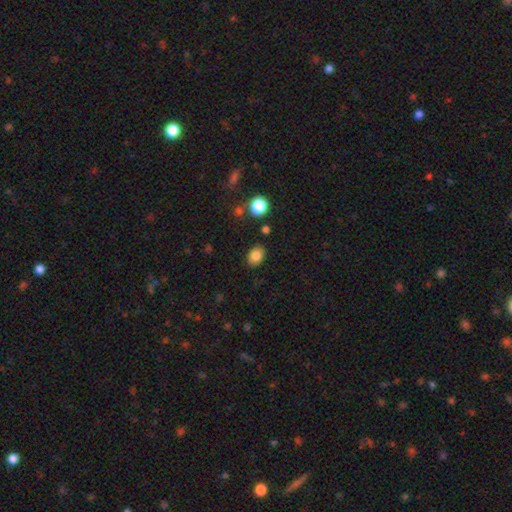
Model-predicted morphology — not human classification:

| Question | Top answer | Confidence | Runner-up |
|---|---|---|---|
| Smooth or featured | smooth | 84% | star or artifact (10%) |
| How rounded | in between | 68% | round (31%) |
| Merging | none | 84% | minor disturbance (10%) |